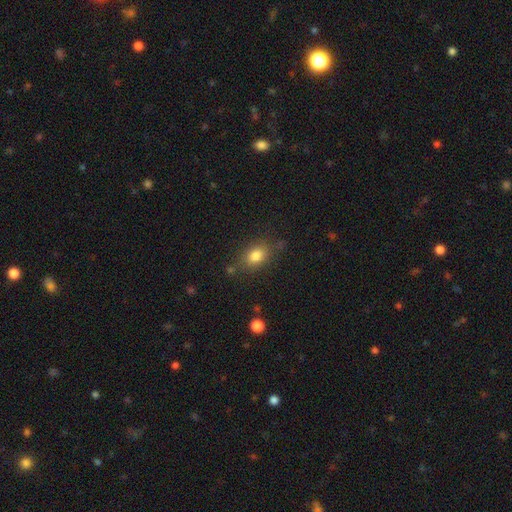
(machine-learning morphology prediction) A smooth galaxy with no disk features (80%) that is in between round and cigar-shaped (71%). Merging: none (73%).